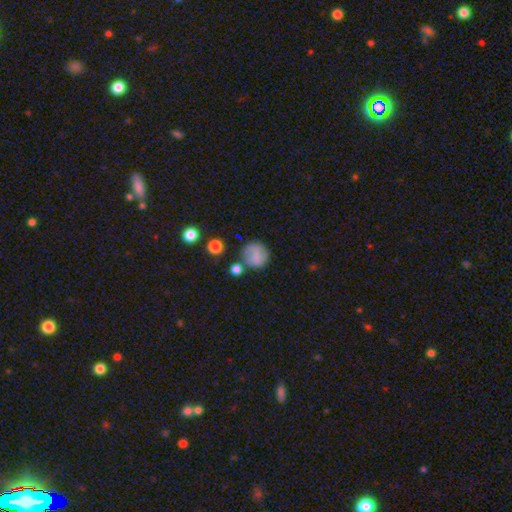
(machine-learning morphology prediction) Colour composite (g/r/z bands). It shows a smooth galaxy with no disk features (69%) that is round (88%). Merging: none (66%).